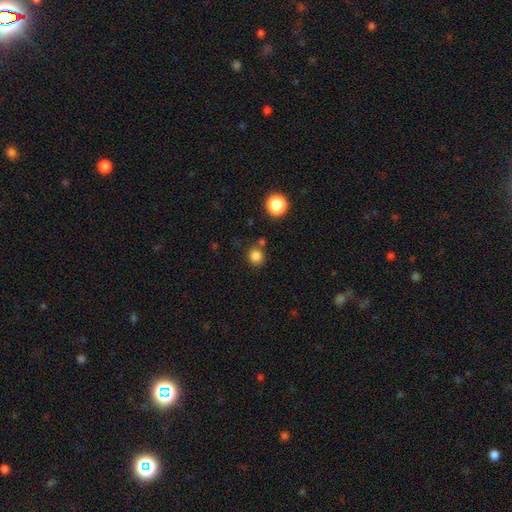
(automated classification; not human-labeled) A smooth galaxy with no disk features (83%) that is round (90%). Merging: none (77%).